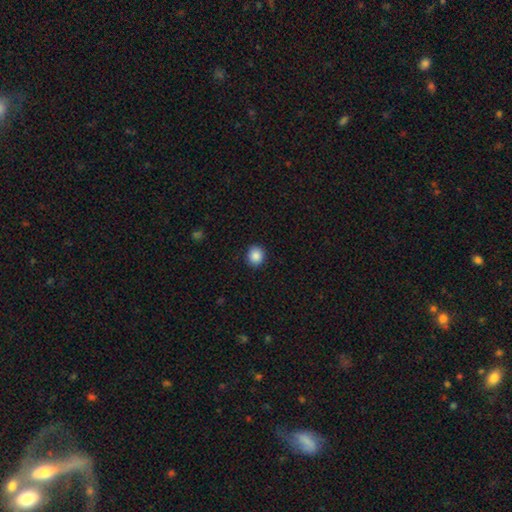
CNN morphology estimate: Q: Smooth or featured?
A: smooth (88%); runner-up: star or artifact (9%)
Q: How rounded?
A: round (82%); runner-up: in between (17%)
Q: Merging?
A: none (91%); runner-up: minor disturbance (6%)